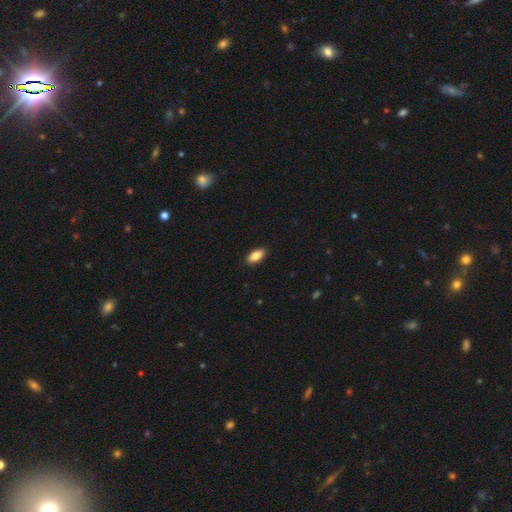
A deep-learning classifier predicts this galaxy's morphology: Smooth or featured? smooth (82%)
How rounded? in between (85%)
Merging? none (89%)